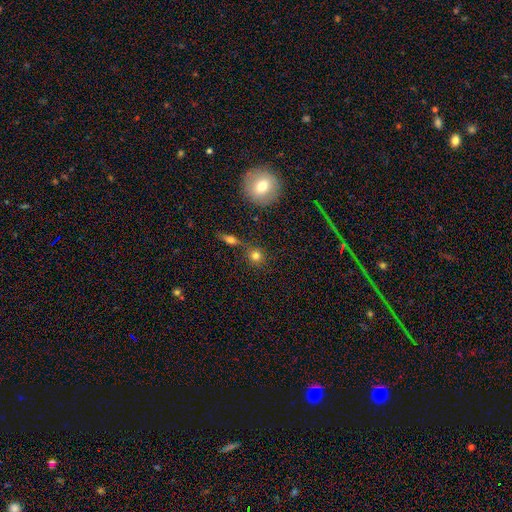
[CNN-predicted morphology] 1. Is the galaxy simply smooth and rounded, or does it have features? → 78% smooth, 13% star or artifact, 9% featured or disk.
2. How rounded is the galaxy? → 87% round, 12% in between, 2% cigar-shaped.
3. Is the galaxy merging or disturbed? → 69% none, 17% merger, 10% minor disturbance, 4% major disturbance.